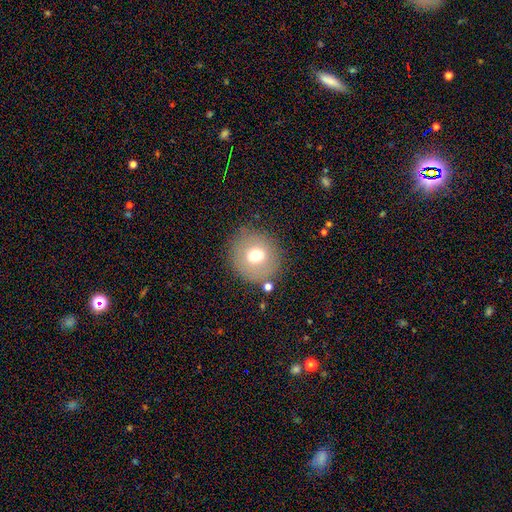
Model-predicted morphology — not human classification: smooth 68%, featured or disk 19%, star or artifact 12%. Down the decision tree: how rounded — round (88%); merging — none (82%).